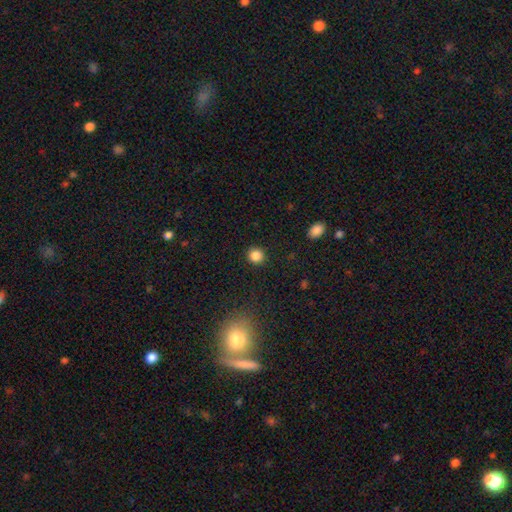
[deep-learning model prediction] Q: Smooth or featured?
A: smooth (85%); runner-up: star or artifact (11%)
Q: How rounded?
A: round (92%); runner-up: in between (7%)
Q: Merging?
A: none (91%); runner-up: minor disturbance (5%)